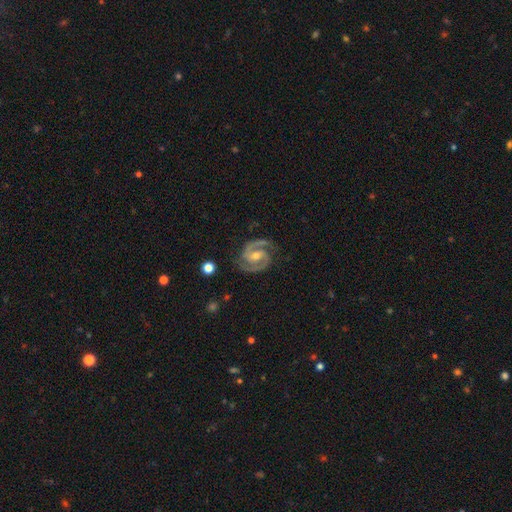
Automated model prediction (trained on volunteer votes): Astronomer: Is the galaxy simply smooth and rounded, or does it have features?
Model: featured or disk — 94%.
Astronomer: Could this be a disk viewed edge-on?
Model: no — 98%.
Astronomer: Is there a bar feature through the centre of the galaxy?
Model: weak — 43% (runner-up: no, 32%).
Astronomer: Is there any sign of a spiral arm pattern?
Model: yes — 99%.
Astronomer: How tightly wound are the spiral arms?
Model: medium — 54% (runner-up: tight, 40%).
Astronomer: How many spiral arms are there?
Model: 2 — 94%.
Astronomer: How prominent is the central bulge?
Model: moderate — 54% (runner-up: small, 42%).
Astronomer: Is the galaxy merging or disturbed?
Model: none — 82%.